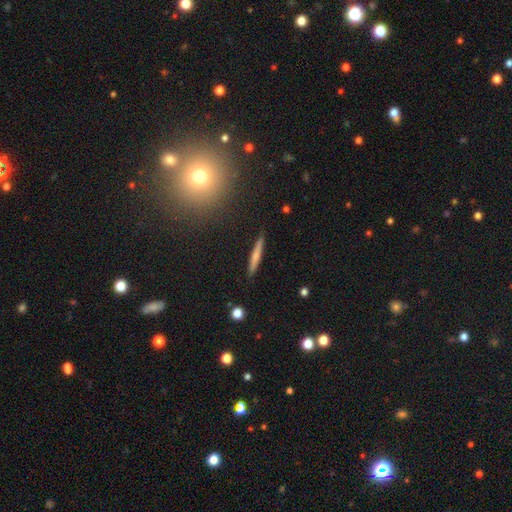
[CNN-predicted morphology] Smooth or featured? smooth (57%)
How rounded? cigar-shaped (93%)
Merging? none (89%)